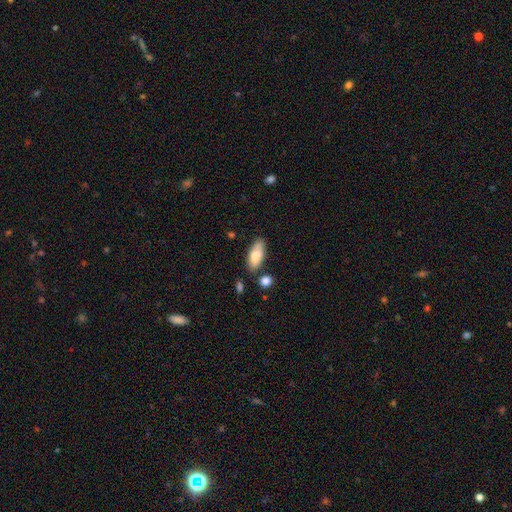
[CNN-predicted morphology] smooth_or_featured: smooth (p=0.79) [alt: featured or disk p=0.15]
how_rounded: in between (p=0.84) [alt: cigar-shaped p=0.14]
merging: none (p=0.71) [alt: minor disturbance p=0.18]